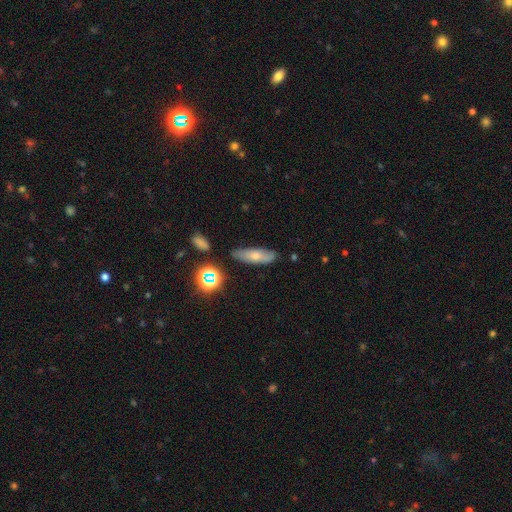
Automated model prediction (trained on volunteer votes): This appears to be a smooth galaxy with no disk features (61%) that is in between round and cigar-shaped (53%). Merging: none (73%).